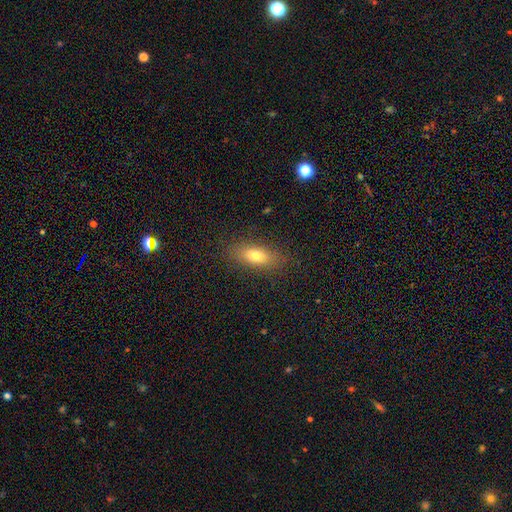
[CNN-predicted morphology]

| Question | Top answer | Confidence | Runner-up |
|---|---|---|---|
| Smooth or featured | smooth | 75% | featured or disk (15%) |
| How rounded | in between | 76% | cigar-shaped (18%) |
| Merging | none | 85% | minor disturbance (10%) |